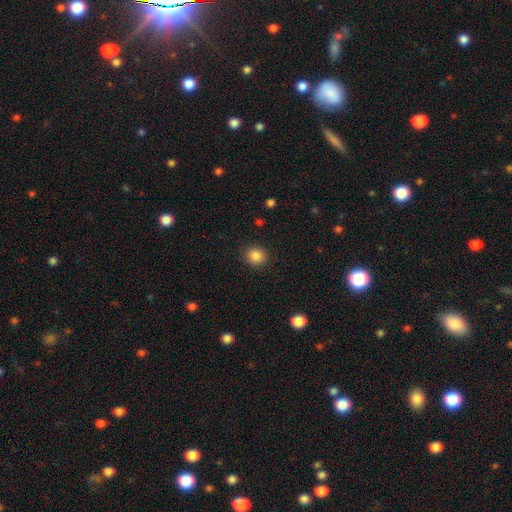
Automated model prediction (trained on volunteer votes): A smooth galaxy with no disk features (86%) that is round (84%). Merging: none (90%).